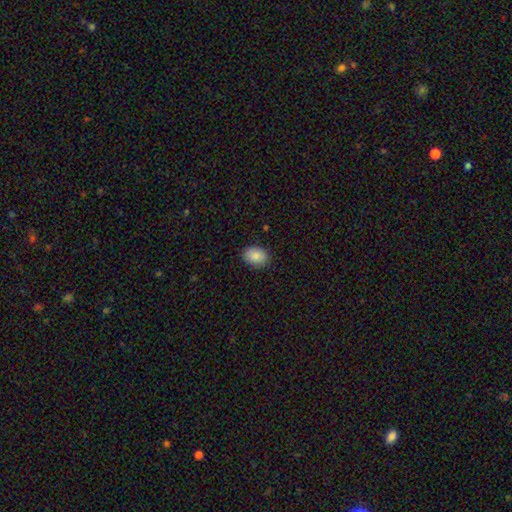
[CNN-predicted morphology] Smooth or featured?
  - smooth: 88% *
  - star or artifact: 7%
  - featured or disk: 5%
How rounded?
  - in between: 72% *
  - round: 27%
  - cigar-shaped: 1%
Merging?
  - none: 88% *
  - minor disturbance: 9%
  - major disturbance: 2%
  - merger: 1%